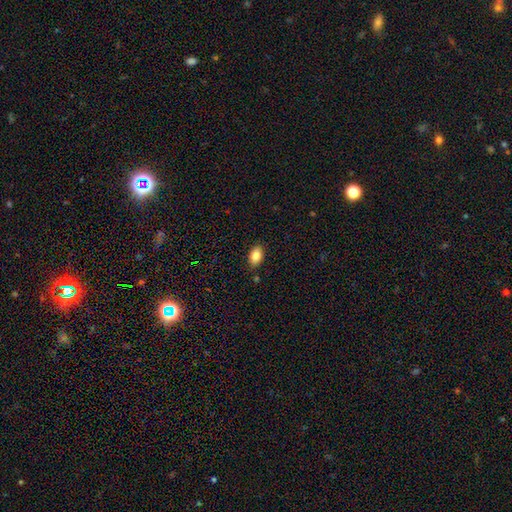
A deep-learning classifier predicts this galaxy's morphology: Smooth or featured? Predicted: smooth (p=0.85). How rounded? Predicted: in between (p=0.91). Merging? Predicted: none (p=0.86).